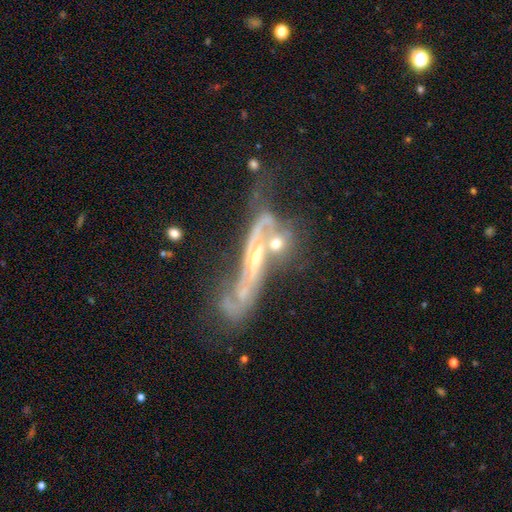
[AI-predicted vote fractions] This is likely a featured or disk galaxy (77%). It is likely not viewed edge-on (62%). Merging: marginally merger (44%).